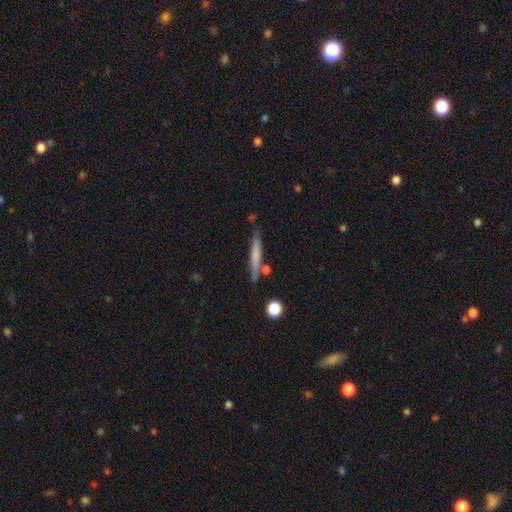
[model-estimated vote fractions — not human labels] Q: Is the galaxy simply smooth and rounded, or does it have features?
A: smooth — 62%.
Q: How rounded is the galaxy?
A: cigar-shaped — 94%.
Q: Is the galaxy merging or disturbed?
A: none — 80%.